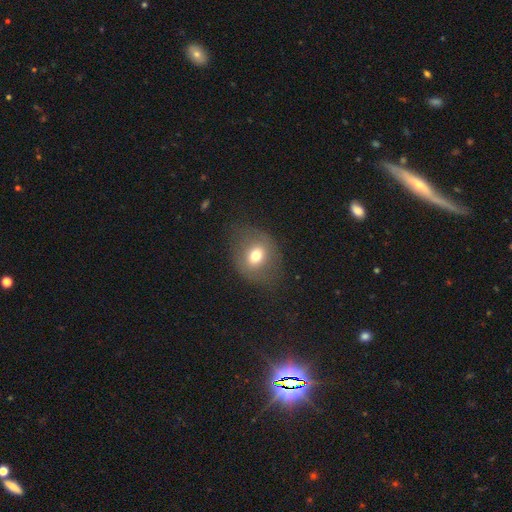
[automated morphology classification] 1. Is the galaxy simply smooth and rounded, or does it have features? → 67% smooth, 22% featured or disk, 11% star or artifact.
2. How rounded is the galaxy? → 52% round, 47% in between, 1% cigar-shaped.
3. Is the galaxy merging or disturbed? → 71% none, 18% minor disturbance, 10% major disturbance, 1% merger.